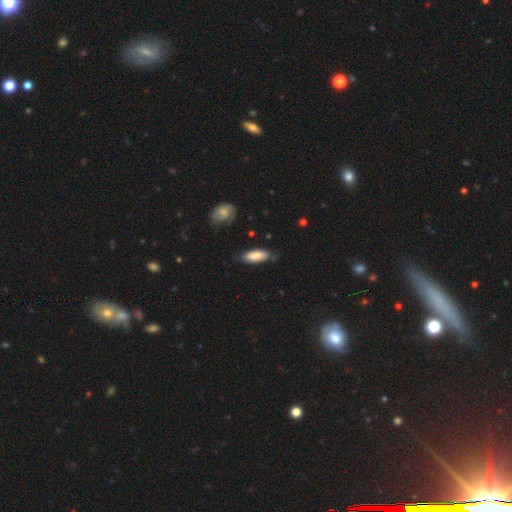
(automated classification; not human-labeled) Smooth or featured?
  - smooth: 81% *
  - featured or disk: 13%
  - star or artifact: 6%
How rounded?
  - in between: 74% *
  - cigar-shaped: 24%
  - round: 2%
Merging?
  - none: 67% *
  - minor disturbance: 25%
  - major disturbance: 5%
  - merger: 3%